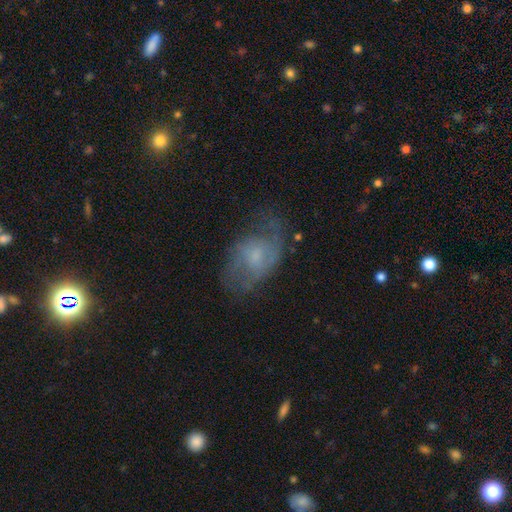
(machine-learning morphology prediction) This is likely a featured or disk galaxy (62%). It is clearly not viewed edge-on (96%). Bar: likely no (62%). Spiral arm pattern: clearly yes (80%). Central bulge: possibly small (49%). Merging: possibly none (57%).